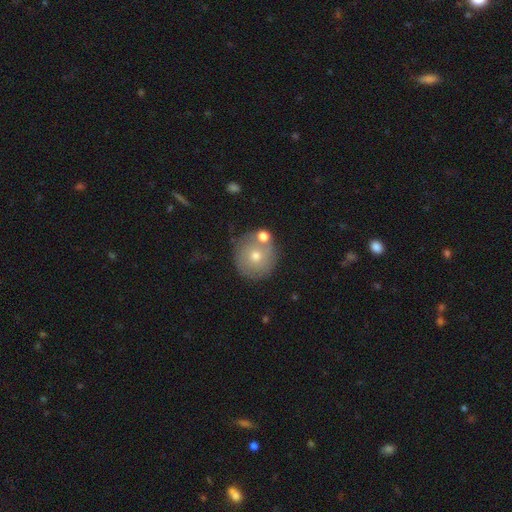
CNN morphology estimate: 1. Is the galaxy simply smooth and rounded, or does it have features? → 66% smooth, 25% featured or disk, 9% star or artifact.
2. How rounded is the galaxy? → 93% round, 6% in between, 1% cigar-shaped.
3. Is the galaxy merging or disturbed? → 66% none, 17% merger, 12% minor disturbance, 4% major disturbance.